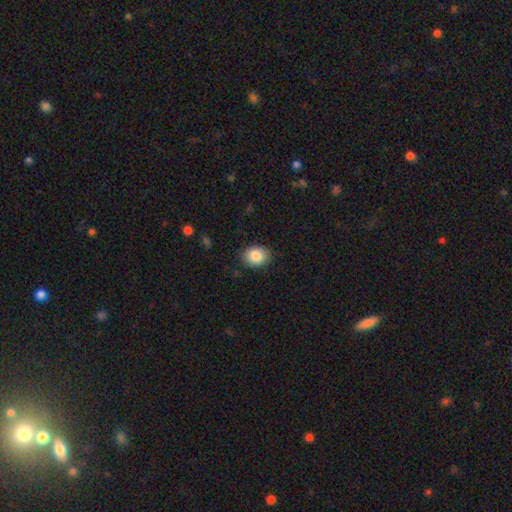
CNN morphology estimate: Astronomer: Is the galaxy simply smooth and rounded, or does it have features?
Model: smooth — 86%.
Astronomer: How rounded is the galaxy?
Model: in between — 58% (runner-up: round, 41%).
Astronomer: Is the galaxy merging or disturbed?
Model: none — 86%.